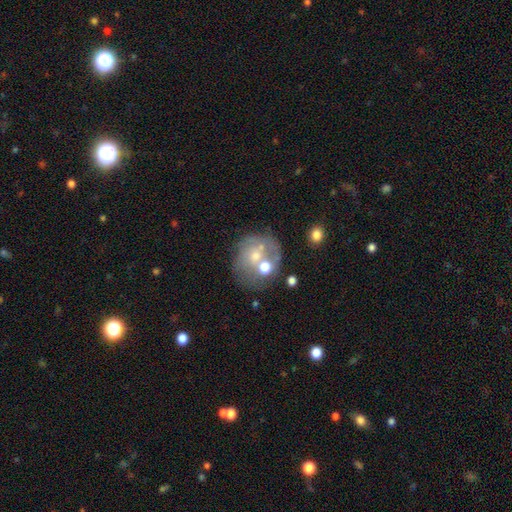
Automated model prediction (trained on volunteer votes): Morphology: type=featured or disk (49%); merging=none (46%).